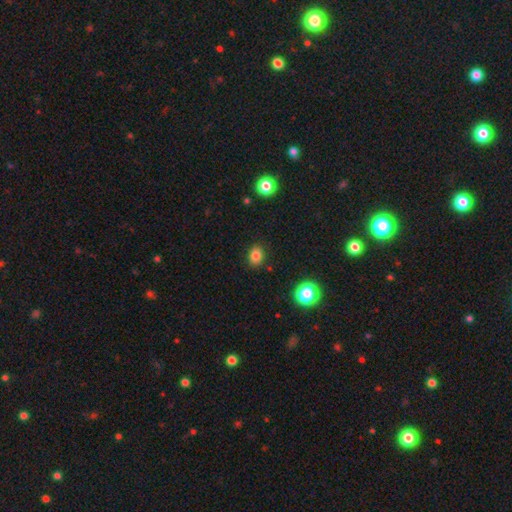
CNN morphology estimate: Smooth or featured? Predicted: smooth (p=0.83). How rounded? Predicted: in between (p=0.54). Merging? Predicted: none (p=0.88).